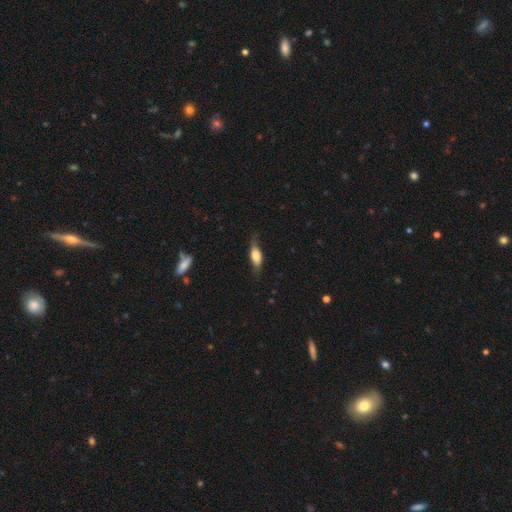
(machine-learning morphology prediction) Overall: smooth (65%; featured or disk 28%). How rounded: in between (68%; cigar-shaped 29%). Merging: none (61%; minor disturbance 28%).